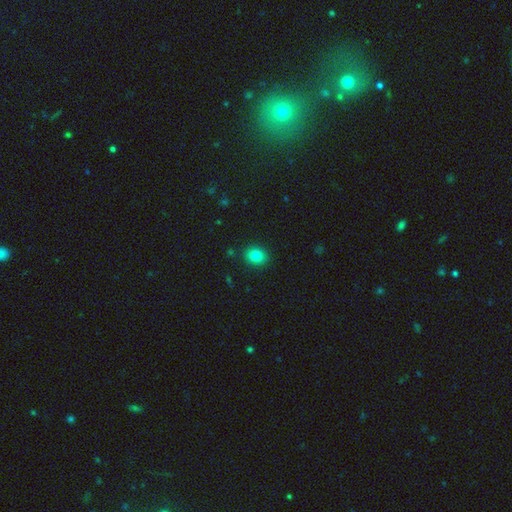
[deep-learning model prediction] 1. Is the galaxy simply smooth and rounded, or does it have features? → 82% smooth, 12% star or artifact, 7% featured or disk.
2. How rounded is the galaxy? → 66% round, 33% in between, 1% cigar-shaped.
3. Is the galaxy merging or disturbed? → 90% none, 7% minor disturbance, 2% major disturbance, 1% merger.